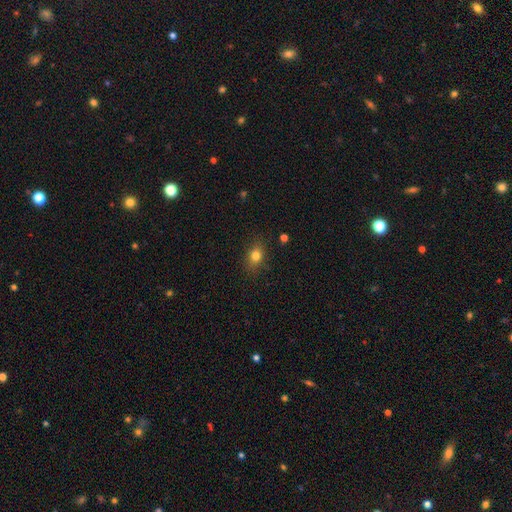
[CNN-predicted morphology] Q: Smooth or featured?
A: smooth (79%); runner-up: star or artifact (12%)
Q: How rounded?
A: in between (60%); runner-up: round (37%)
Q: Merging?
A: none (83%); runner-up: minor disturbance (12%)